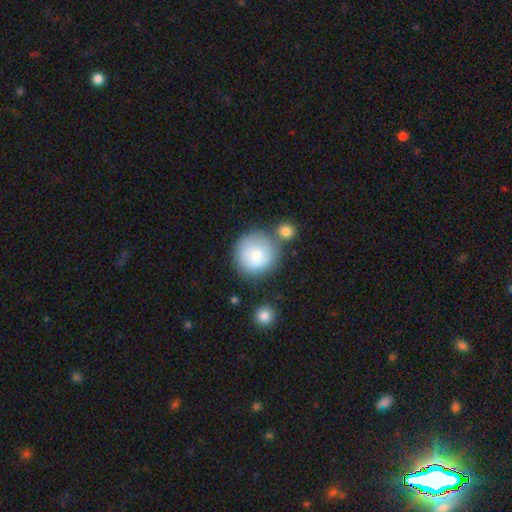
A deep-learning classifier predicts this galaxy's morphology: This is likely a smooth galaxy (74%). How rounded: clearly round (94%). Merging: likely none (65%).